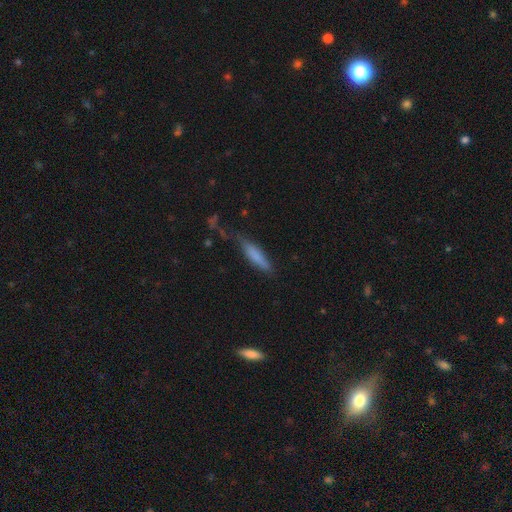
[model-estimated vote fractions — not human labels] Smooth or featured? smooth (75%)
How rounded? cigar-shaped (80%)
Merging? none (58%)